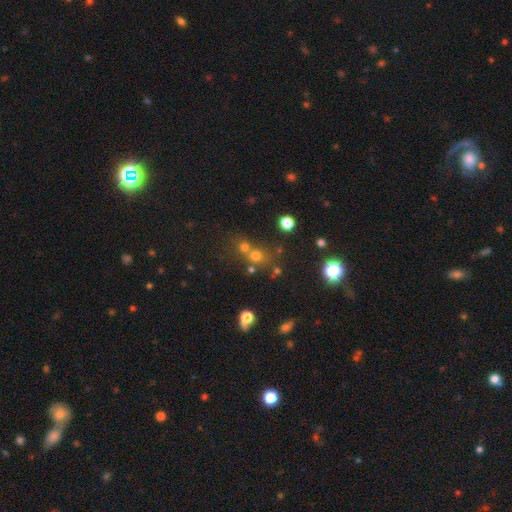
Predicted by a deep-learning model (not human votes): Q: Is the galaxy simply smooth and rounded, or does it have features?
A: smooth — 63%.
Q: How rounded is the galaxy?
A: round — 85%.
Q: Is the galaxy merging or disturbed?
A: none — 50%.